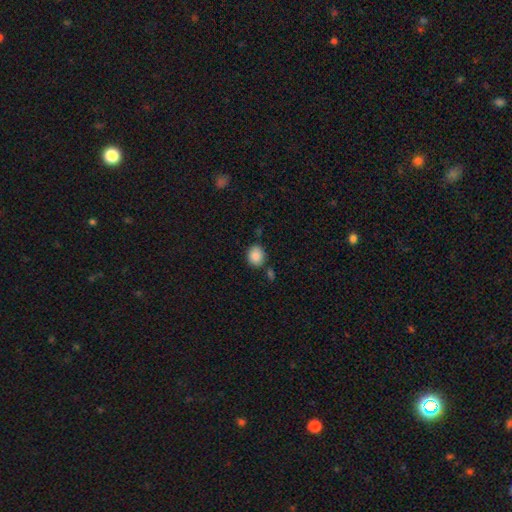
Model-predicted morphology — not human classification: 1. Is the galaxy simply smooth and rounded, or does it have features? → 88% smooth, 8% star or artifact, 4% featured or disk.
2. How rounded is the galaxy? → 62% round, 37% in between, 1% cigar-shaped.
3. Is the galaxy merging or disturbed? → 74% none, 14% minor disturbance, 8% merger, 3% major disturbance.